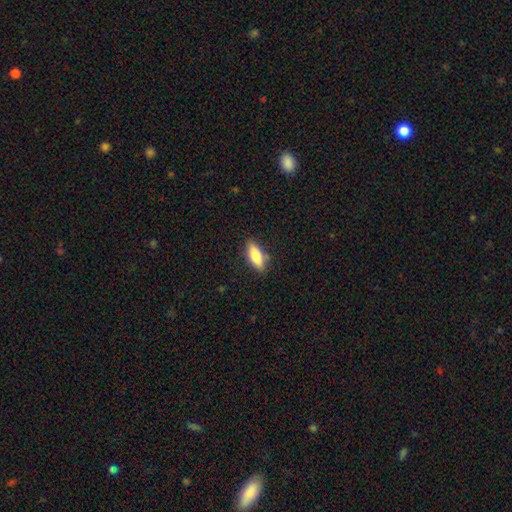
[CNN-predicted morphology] Smooth or featured: smooth — 81% (featured or disk — 13%)
How rounded: in between — 70% (cigar-shaped — 27%)
Merging: none — 83% (minor disturbance — 13%)